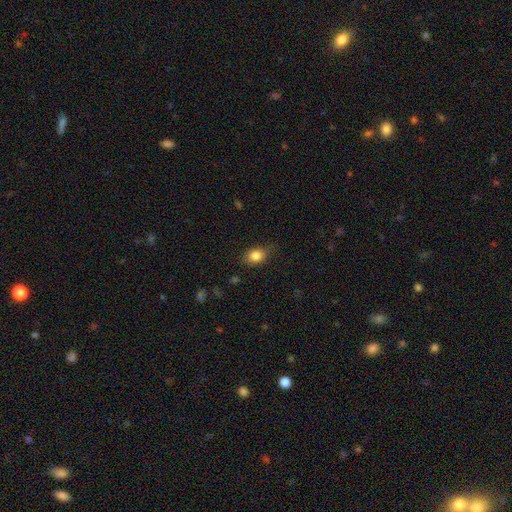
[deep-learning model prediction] The model was most divided on "how rounded": in between: 64%, round: 34%, cigar-shaped: 2%. More confident: smooth or featured — smooth (83%); merging — none (73%).